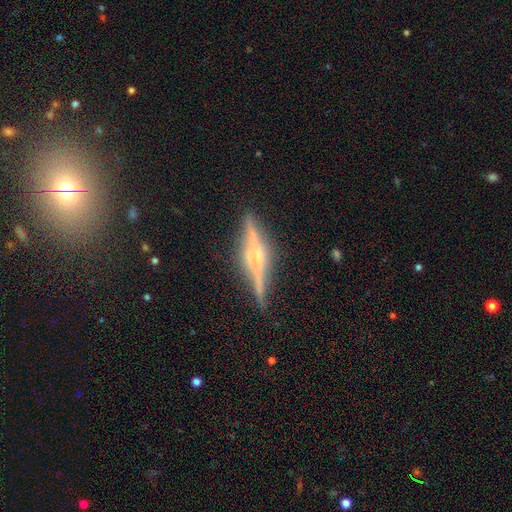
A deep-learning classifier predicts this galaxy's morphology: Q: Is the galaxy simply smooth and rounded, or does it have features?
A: featured or disk — 83%.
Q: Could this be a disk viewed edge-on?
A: yes — 97%.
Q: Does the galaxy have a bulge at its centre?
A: rounded — 68%.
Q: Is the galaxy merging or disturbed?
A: none — 84%.